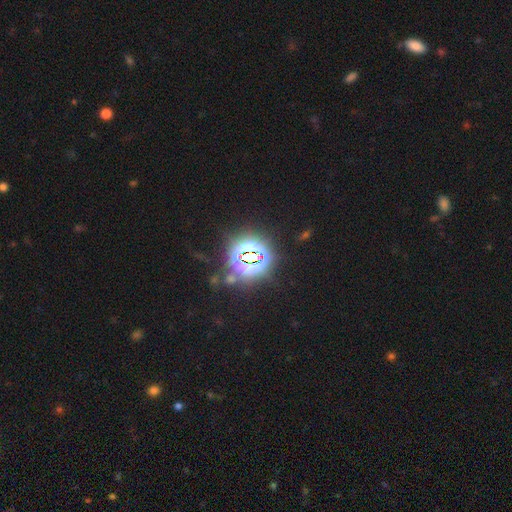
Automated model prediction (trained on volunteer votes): smooth_or_featured: star or artifact (p=0.80) [alt: smooth p=0.12]